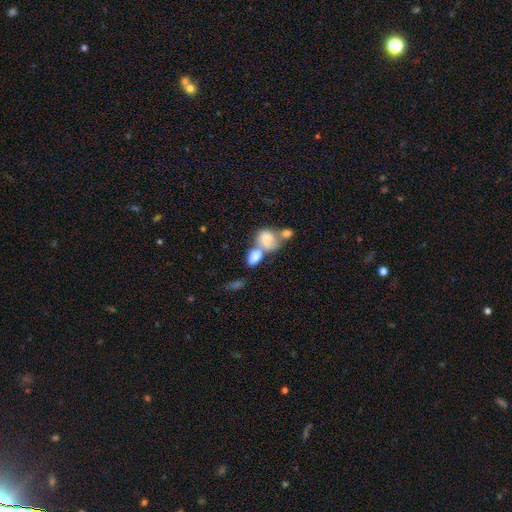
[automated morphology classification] A smooth galaxy with no disk features (73%) that is in between round and cigar-shaped (82%). Merging: merger (68%).